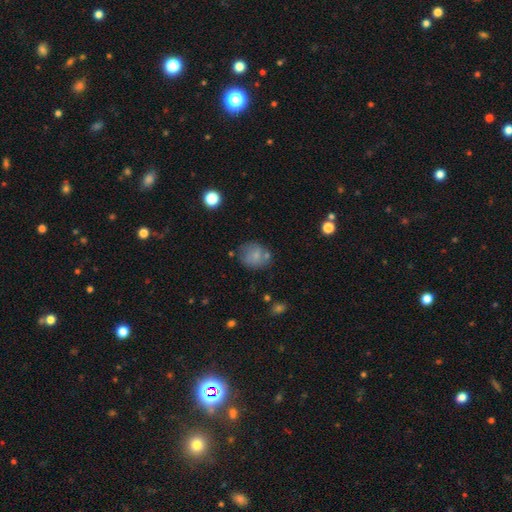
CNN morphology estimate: Smooth or featured? smooth (72%)
How rounded? round (64%)
Merging? none (62%)